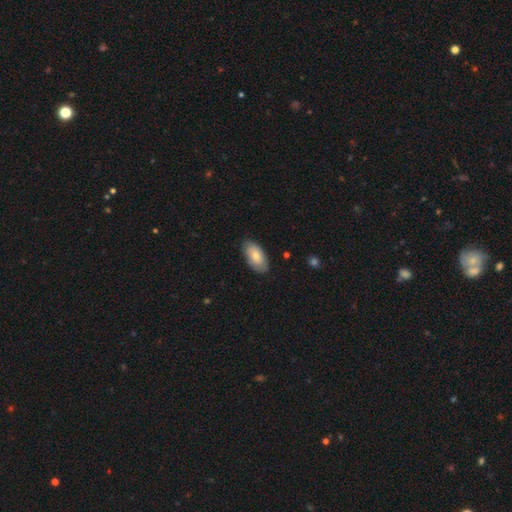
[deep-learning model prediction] smooth-or-featured: smooth: 78% | featured or disk: 17% | star or artifact: 6%
  how-rounded: in between: 95% | cigar-shaped: 3% | round: 2%
  merging: none: 83% | minor disturbance: 13% | major disturbance: 2% | merger: 1%